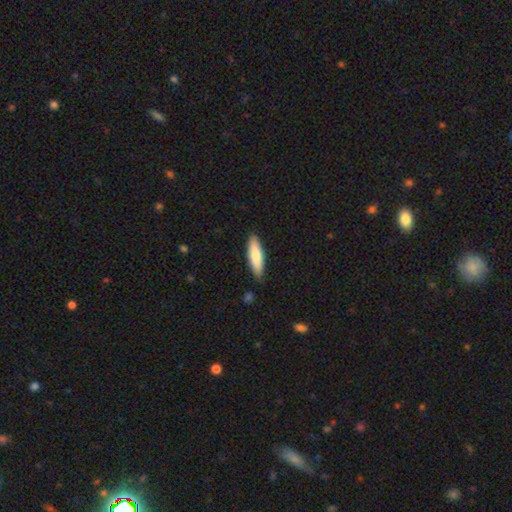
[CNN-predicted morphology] Q: Smooth or featured?
A: smooth (78%); runner-up: featured or disk (17%)
Q: How rounded?
A: cigar-shaped (60%); runner-up: in between (38%)
Q: Merging?
A: none (87%); runner-up: minor disturbance (10%)